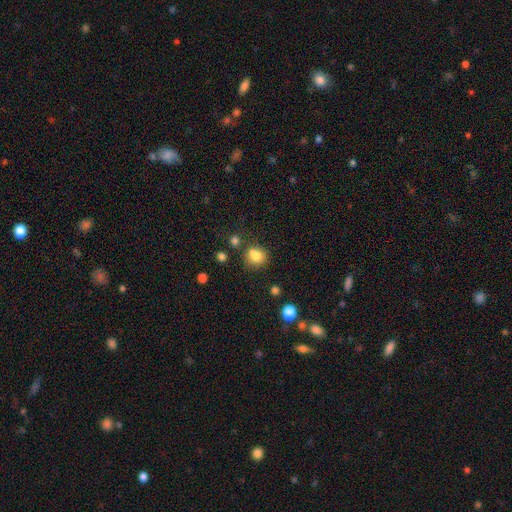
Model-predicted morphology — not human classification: A smooth galaxy with no disk features (81%) that is round (74%). Merging: none (64%).